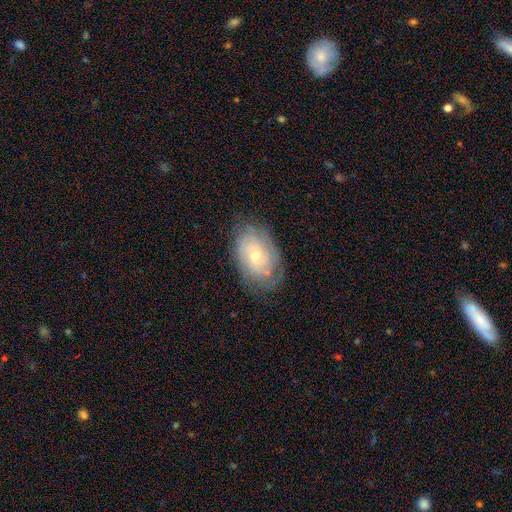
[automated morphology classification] The model was most divided on "bulge size": small: 52%, moderate: 44%, large: 2%, none: 1%, dominant: 1%. More confident: edge-on disk — no (95%); spiral arms — yes (85%); bar — no (76%); merging — none (74%); spiral winding — tight (71%); smooth or featured — featured or disk (69%); spiral arm count — can't tell (57%).